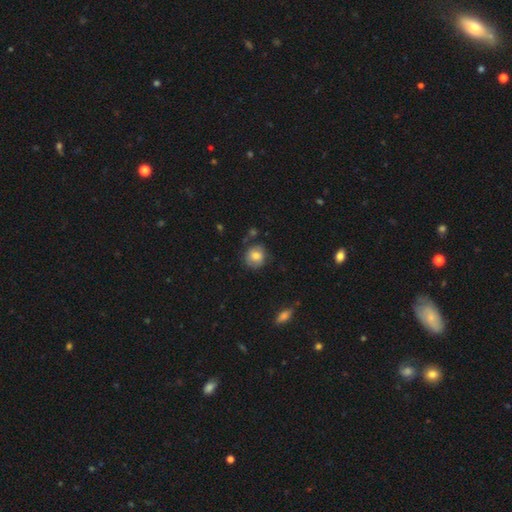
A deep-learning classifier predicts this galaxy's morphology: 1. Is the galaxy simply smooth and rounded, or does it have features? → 77% smooth, 15% featured or disk, 8% star or artifact.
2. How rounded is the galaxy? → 82% round, 17% in between, 1% cigar-shaped.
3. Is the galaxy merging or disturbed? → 75% none, 17% minor disturbance, 4% major disturbance, 3% merger.